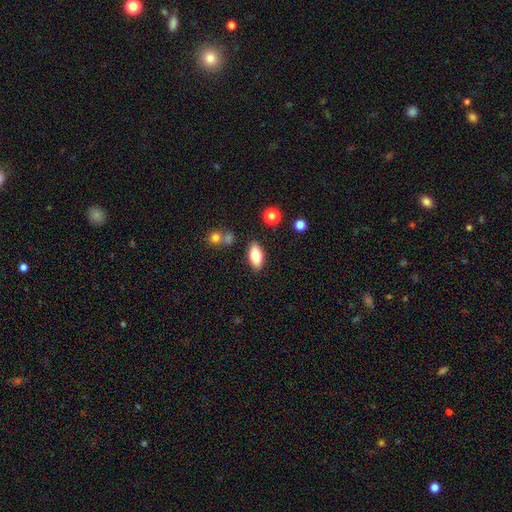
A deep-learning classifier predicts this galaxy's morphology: The model was most divided on "smooth or featured": smooth: 78%, featured or disk: 14%, star or artifact: 8%. More confident: how rounded — in between (88%); merging — none (84%).